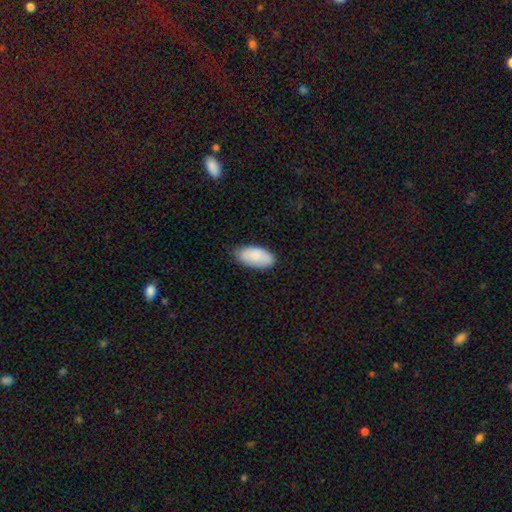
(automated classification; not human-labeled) Morphology: type=smooth (85%); roundness=in between (95%); merging=none (80%).